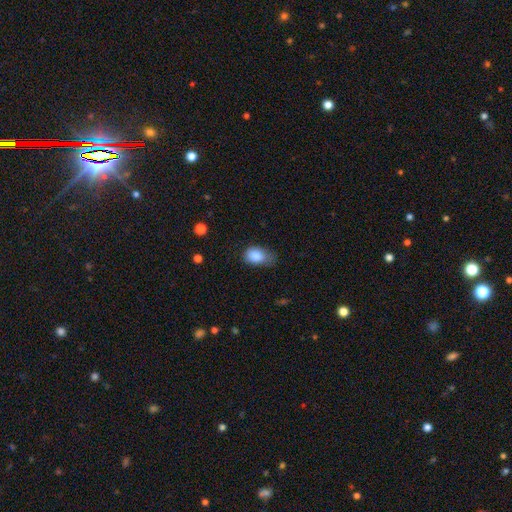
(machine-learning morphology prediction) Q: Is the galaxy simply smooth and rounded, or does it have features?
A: smooth — 83%.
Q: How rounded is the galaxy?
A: in between — 81%.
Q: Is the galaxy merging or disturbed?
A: minor disturbance — 44%.